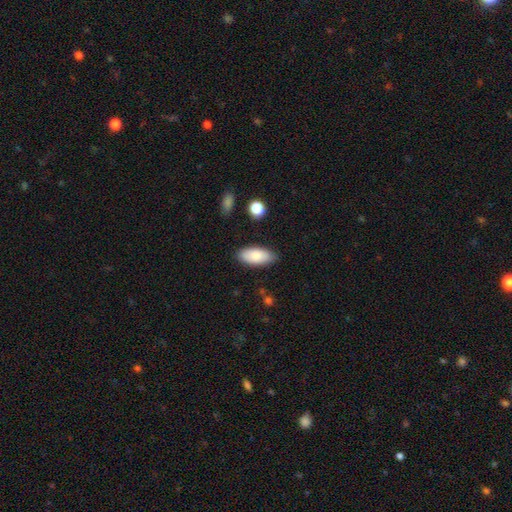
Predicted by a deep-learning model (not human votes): A smooth galaxy with no disk features (85%) that is in between round and cigar-shaped (88%). Merging: none (84%).